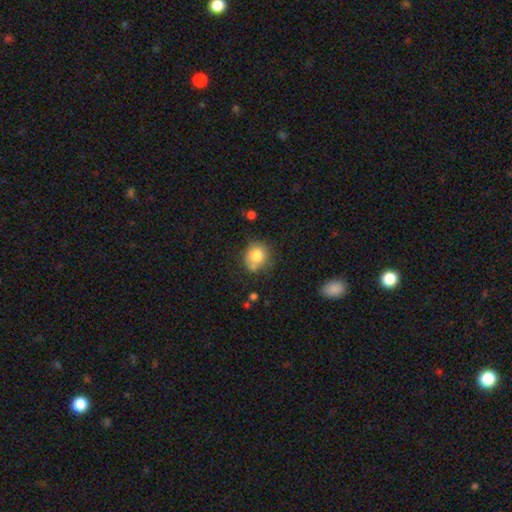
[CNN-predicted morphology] Smooth or featured? Predicted: smooth (p=0.78). How rounded? Predicted: round (p=0.80). Merging? Predicted: none (p=0.65).